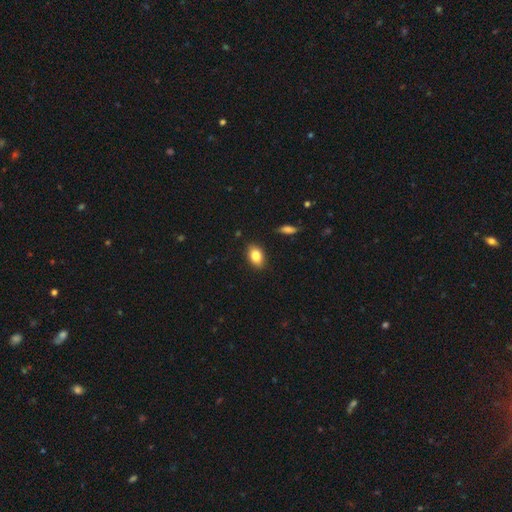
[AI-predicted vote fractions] Overall: smooth (85%). How rounded: in between (86%). Merging: none (87%).